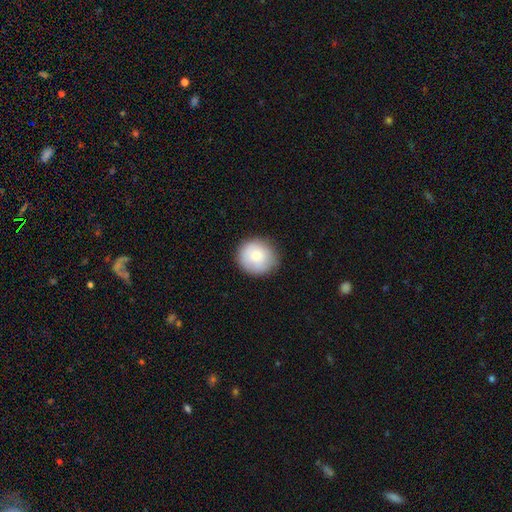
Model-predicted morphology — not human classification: Smooth or featured?
  - smooth: 79% *
  - featured or disk: 13%
  - star or artifact: 8%
How rounded?
  - round: 90% *
  - in between: 9%
  - cigar-shaped: 1%
Merging?
  - none: 84% *
  - minor disturbance: 12%
  - major disturbance: 3%
  - merger: 1%